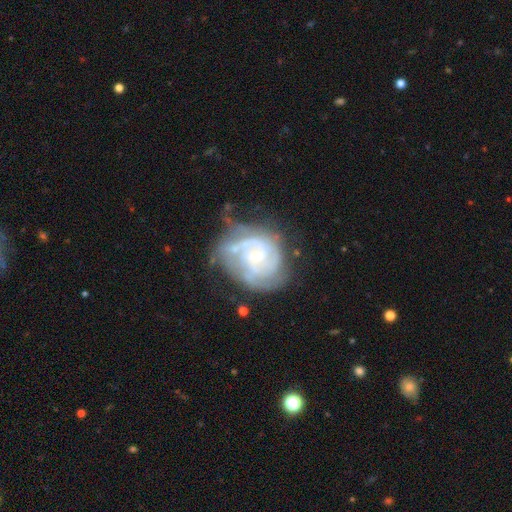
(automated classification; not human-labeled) Overall: featured or disk (81%). Edge-on disk: no (98%). Bar: no (60%; weak 34%). Spiral arms: yes (90%). Spiral arm count: can't tell (36%; 2 25%). Spiral winding: tight (61%; medium 31%). Bulge size: small (67%). Merging: none (47%; minor disturbance 27%).